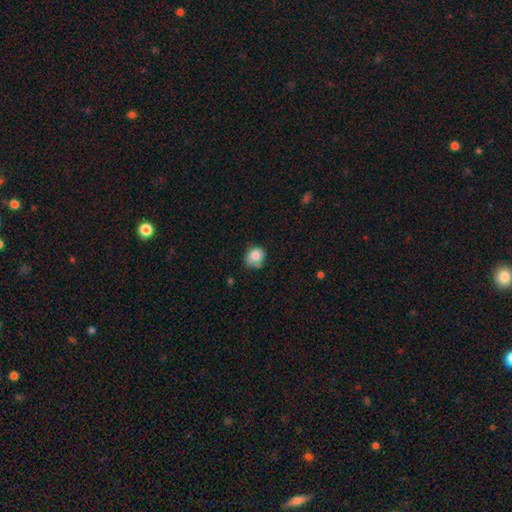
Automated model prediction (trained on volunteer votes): smooth-or-featured: smooth: 81% | star or artifact: 10% | featured or disk: 9%
  how-rounded: round: 67% | in between: 32% | cigar-shaped: 1%
  merging: none: 57% | minor disturbance: 31% | major disturbance: 7% | merger: 5%